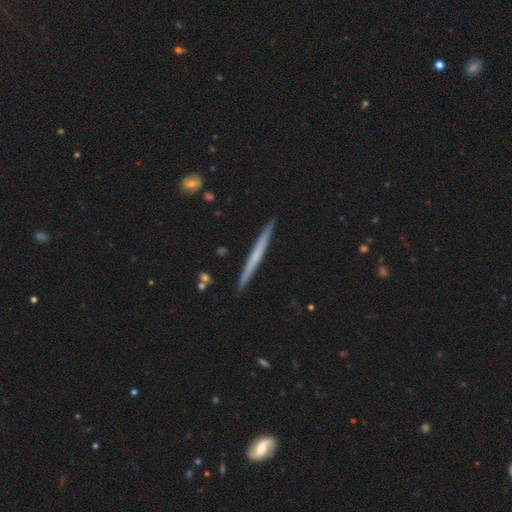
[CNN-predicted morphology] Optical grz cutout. It shows a featured or disk galaxy (53%) viewed edge-on (98%) with no central bulge (86%). Merging: none (91%).